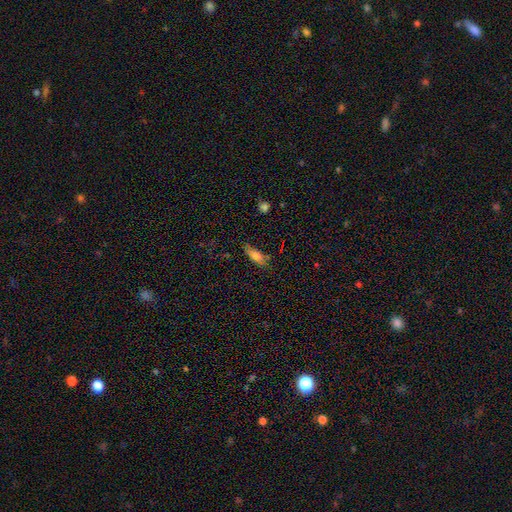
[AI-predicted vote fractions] A smooth galaxy with no disk features (73%) that is in between round and cigar-shaped (65%). Merging: none (68%).